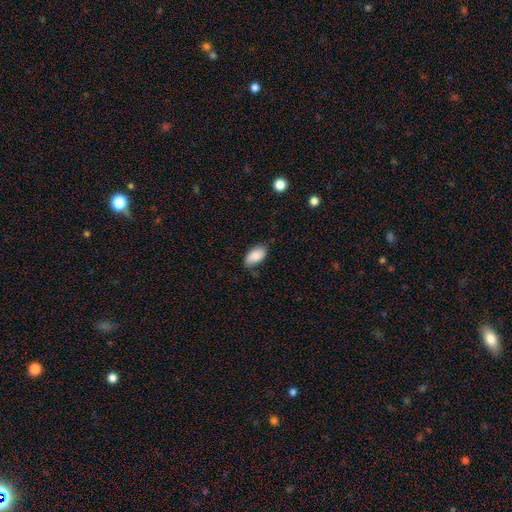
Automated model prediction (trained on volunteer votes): smooth 81%, featured or disk 12%, star or artifact 7%. Down the decision tree: how rounded — in between (95%); merging — none (64%).